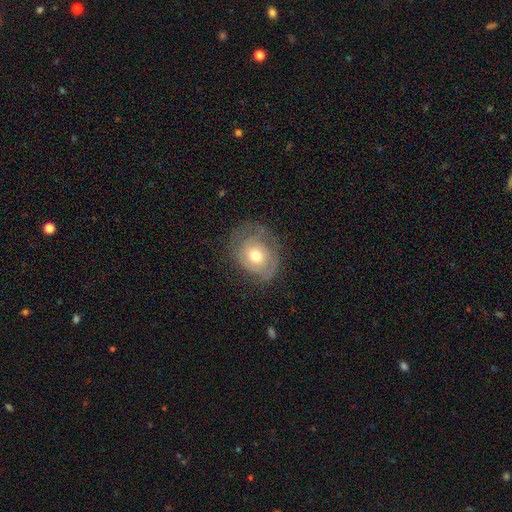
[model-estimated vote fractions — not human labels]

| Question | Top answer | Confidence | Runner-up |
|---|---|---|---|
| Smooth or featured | featured or disk | 53% | smooth (39%) |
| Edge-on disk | no | 96% | yes (4%) |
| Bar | no | 81% | weak (16%) |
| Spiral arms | yes | 69% | no (31%) |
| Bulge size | moderate | 73% | small (15%) |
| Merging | none | 59% | minor disturbance (25%) |